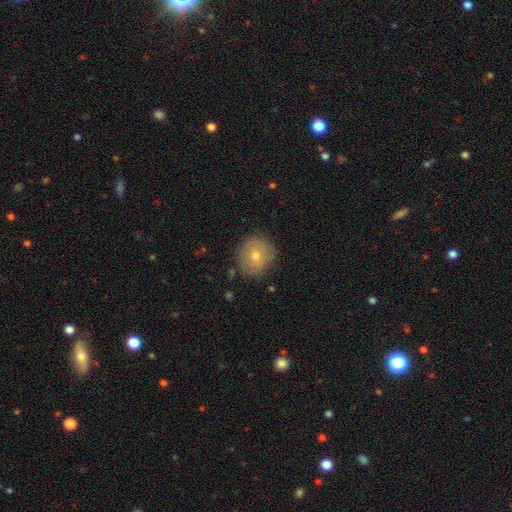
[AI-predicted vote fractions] Smooth or featured? smooth (65%)
How rounded? round (81%)
Merging? none (84%)